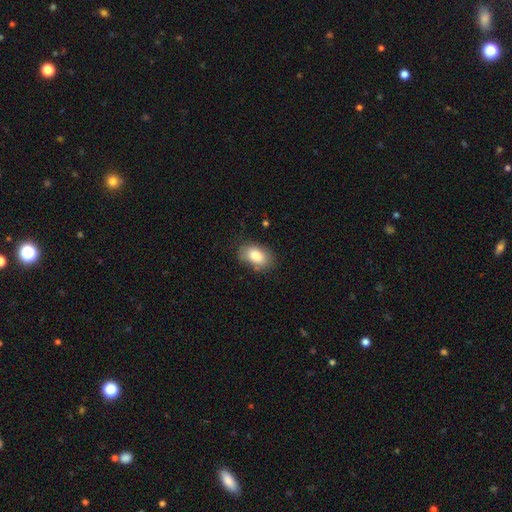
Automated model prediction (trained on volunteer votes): Morphology: type=smooth (84%); roundness=in between (90%); merging=none (77%).